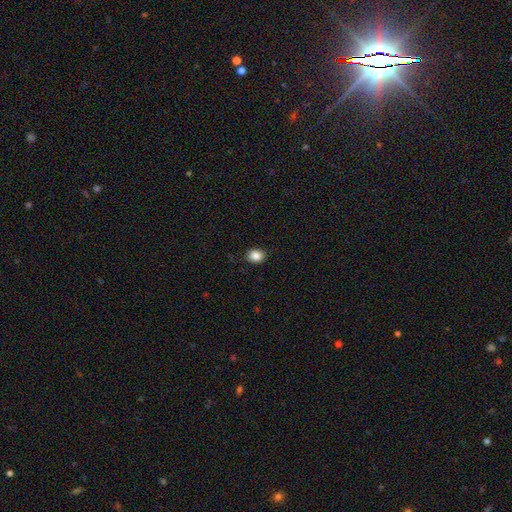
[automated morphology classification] Smooth or featured: smooth — 86% (star or artifact — 9%)
How rounded: round — 51% (in between — 48%)
Merging: none — 89% (minor disturbance — 8%)